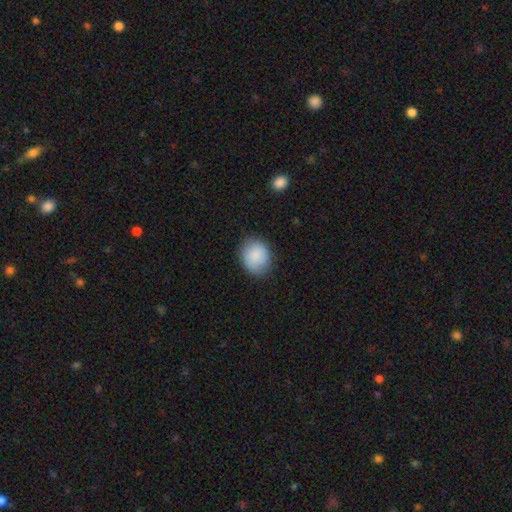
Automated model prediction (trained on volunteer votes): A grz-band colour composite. It shows a smooth galaxy with no disk features (87%) that is round (60%). Merging: none (78%).